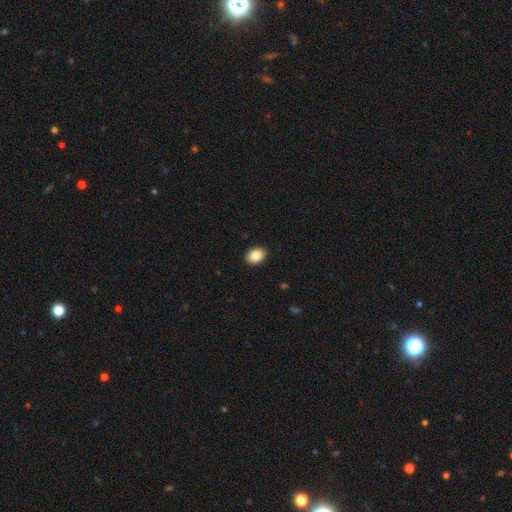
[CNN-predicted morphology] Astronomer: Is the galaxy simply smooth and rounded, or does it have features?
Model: smooth — 86%.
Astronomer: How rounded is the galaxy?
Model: in between — 71%.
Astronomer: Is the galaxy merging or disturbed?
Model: none — 91%.